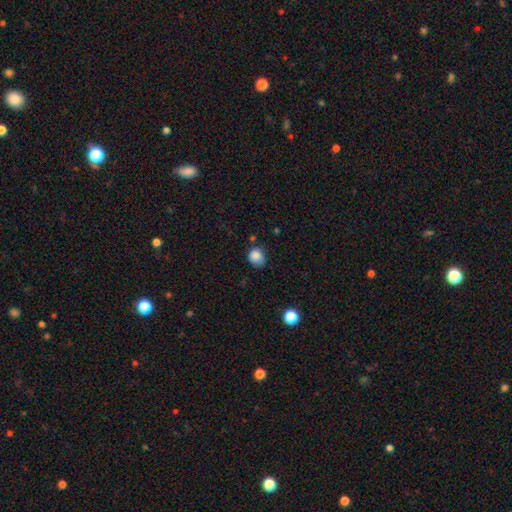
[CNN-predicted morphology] smooth_or_featured: smooth (p=0.84) [alt: star or artifact p=0.10]
how_rounded: round (p=0.69) [alt: in between p=0.31]
merging: none (p=0.52) [alt: minor disturbance p=0.36]